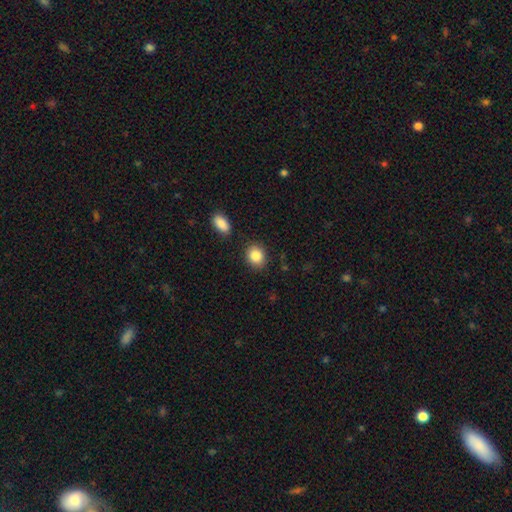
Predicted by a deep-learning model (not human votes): Overall: smooth (87%). How rounded: round (60%; in between 39%). Merging: none (84%).